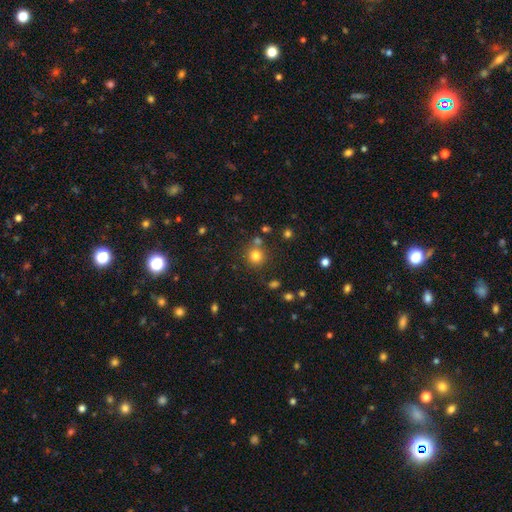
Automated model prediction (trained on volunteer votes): smooth_or_featured: smooth (p=0.78) [alt: star or artifact p=0.15]
how_rounded: round (p=0.92) [alt: in between p=0.07]
merging: none (p=0.74) [alt: merger p=0.13]